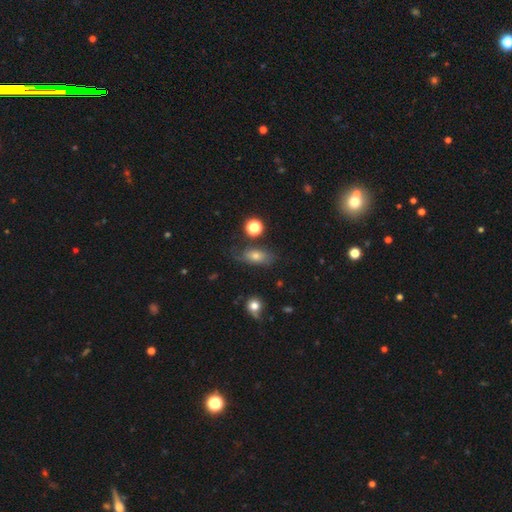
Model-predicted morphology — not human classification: smooth 63%, featured or disk 23%, star or artifact 15%. Down the decision tree: how rounded — in between (79%); merging — none (60%).